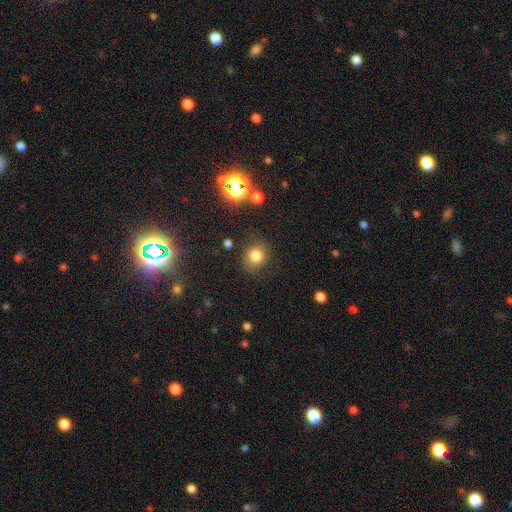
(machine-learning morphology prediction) A smooth galaxy with no disk features (78%) that is round (75%). Merging: none (79%).